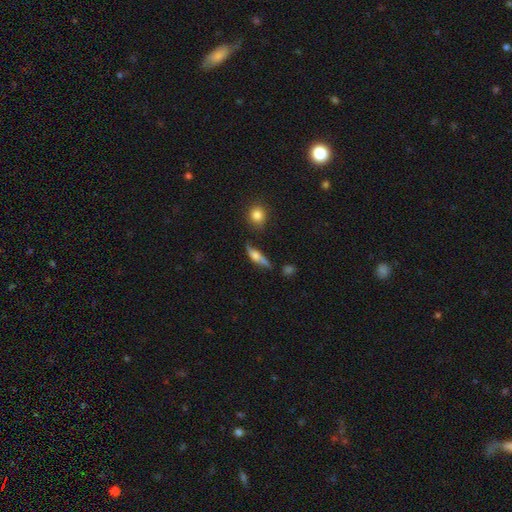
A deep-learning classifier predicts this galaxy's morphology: The model was most divided on "smooth or featured": featured or disk: 50%, smooth: 42%, star or artifact: 8%. More confident: edge-on disk — yes (83%); merging — none (64%).